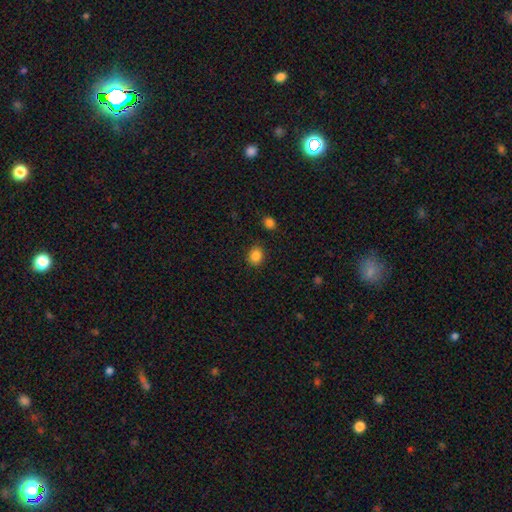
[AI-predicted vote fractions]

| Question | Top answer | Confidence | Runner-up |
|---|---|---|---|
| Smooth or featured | smooth | 86% | star or artifact (10%) |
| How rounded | round | 71% | in between (28%) |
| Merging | none | 87% | minor disturbance (8%) |